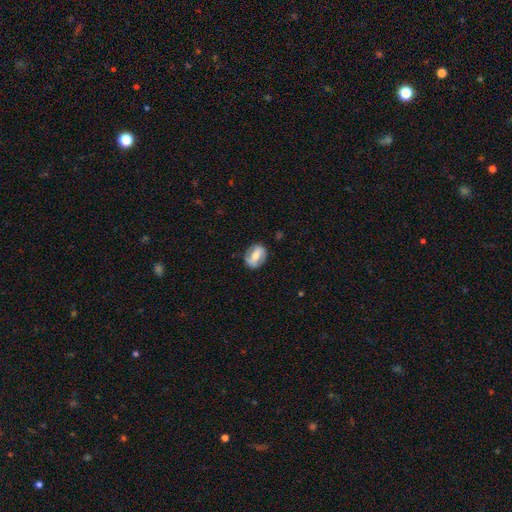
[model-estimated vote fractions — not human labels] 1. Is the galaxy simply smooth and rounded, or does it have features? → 55% featured or disk, 39% smooth, 7% star or artifact.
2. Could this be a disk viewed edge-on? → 93% no, 7% yes.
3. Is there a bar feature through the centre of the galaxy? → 51% strong, 30% weak, 19% no.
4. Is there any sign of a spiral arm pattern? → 58% yes, 42% no.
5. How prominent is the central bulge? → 62% moderate, 25% small, 9% large, 3% none, 2% dominant.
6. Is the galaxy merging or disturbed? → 81% none, 14% minor disturbance, 4% major disturbance, 1% merger.